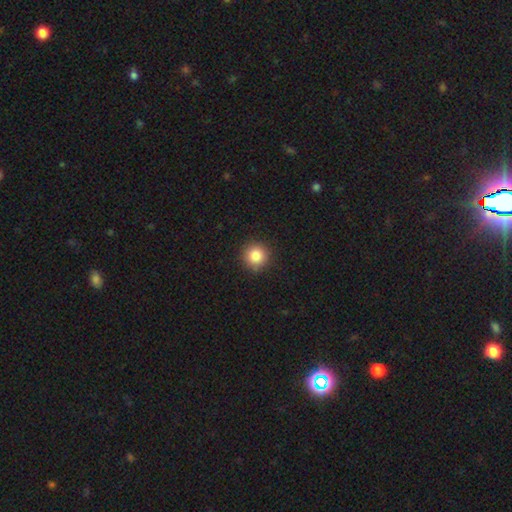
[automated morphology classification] smooth_or_featured: smooth (p=0.85) [alt: star or artifact p=0.10]
how_rounded: round (p=0.95) [alt: in between p=0.04]
merging: none (p=0.91) [alt: minor disturbance p=0.06]